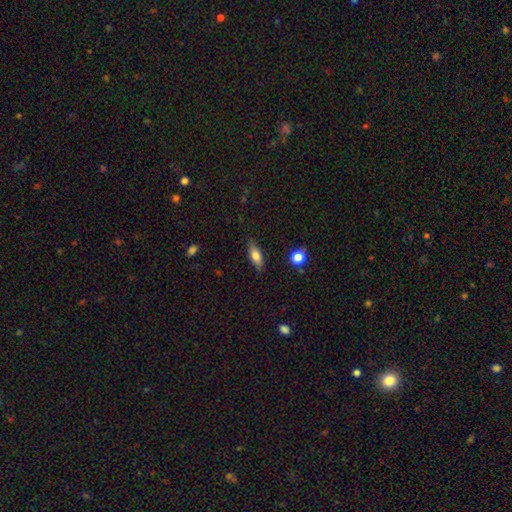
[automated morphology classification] Smooth or featured?
  - smooth: 71% *
  - featured or disk: 21%
  - star or artifact: 7%
How rounded?
  - in between: 66% *
  - cigar-shaped: 31%
  - round: 4%
Merging?
  - none: 83% *
  - minor disturbance: 13%
  - major disturbance: 3%
  - merger: 2%